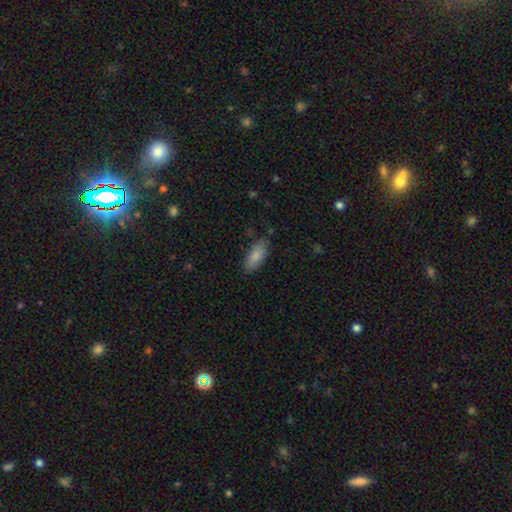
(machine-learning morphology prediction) Smooth or featured? Predicted: smooth (p=0.84). How rounded? Predicted: in between (p=0.83). Merging? Predicted: none (p=0.80).